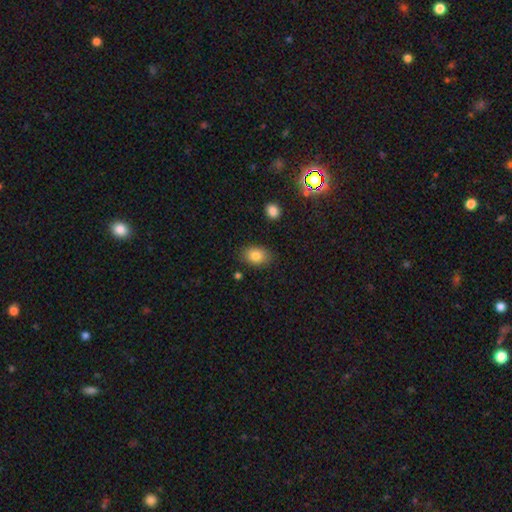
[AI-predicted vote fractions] Smooth or featured? smooth (83%)
How rounded? in between (80%)
Merging? none (84%)